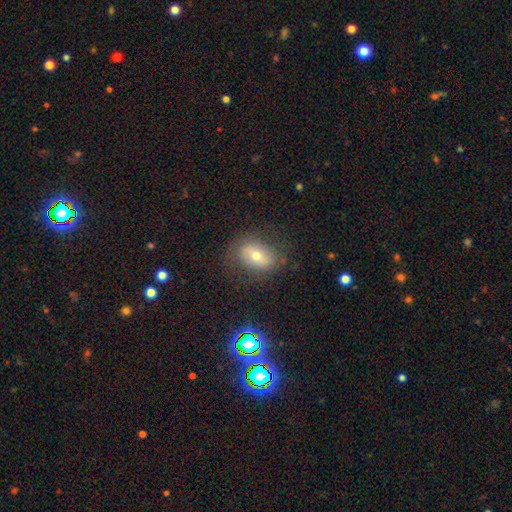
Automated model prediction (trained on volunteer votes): smooth-or-featured: smooth: 56% | featured or disk: 29% | star or artifact: 15%
  how-rounded: in between: 79% | round: 18% | cigar-shaped: 2%
  merging: none: 75% | minor disturbance: 16% | major disturbance: 7% | merger: 2%